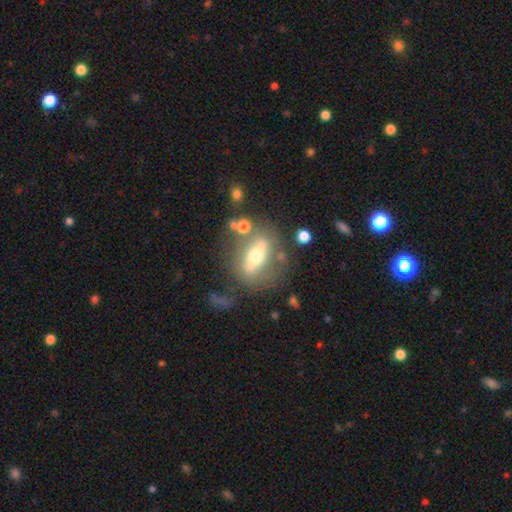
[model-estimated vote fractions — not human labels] Smooth or featured?
  - featured or disk: 57% *
  - smooth: 34%
  - star or artifact: 9%
Edge-on disk?
  - no: 68% *
  - yes: 32%
Merging?
  - none: 64% *
  - minor disturbance: 16%
  - major disturbance: 12%
  - merger: 9%